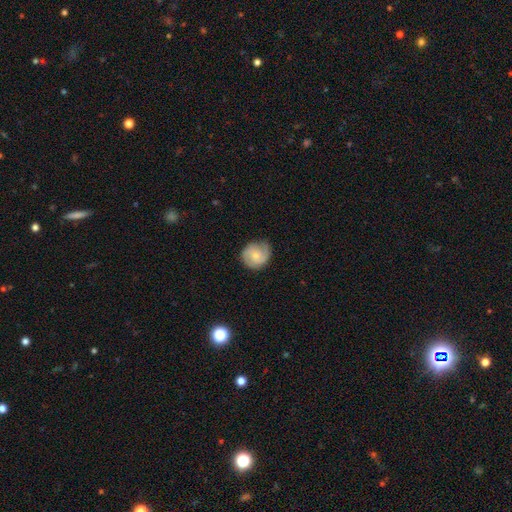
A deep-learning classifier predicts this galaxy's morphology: Q: Smooth or featured?
A: featured or disk (51%); runner-up: smooth (42%)
Q: Edge-on disk?
A: no (98%); runner-up: yes (2%)
Q: Bar?
A: no (71%); runner-up: weak (26%)
Q: Spiral arms?
A: yes (89%); runner-up: no (11%)
Q: Bulge size?
A: small (59%); runner-up: moderate (32%)
Q: Merging?
A: none (72%); runner-up: minor disturbance (21%)